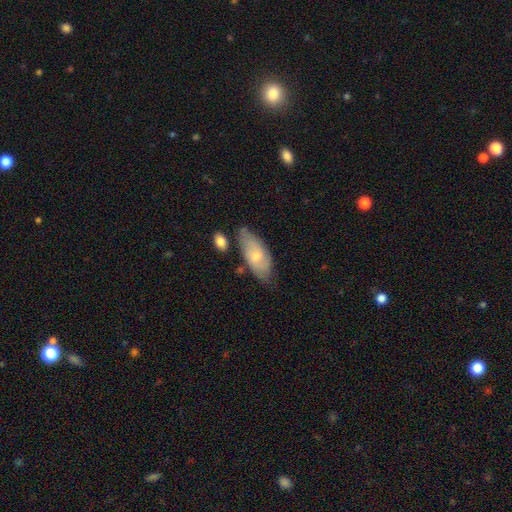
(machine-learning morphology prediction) smooth_or_featured: smooth (p=0.56) [alt: featured or disk p=0.38]
how_rounded: in between (p=0.85) [alt: cigar-shaped p=0.13]
merging: none (p=0.63) [alt: minor disturbance p=0.25]